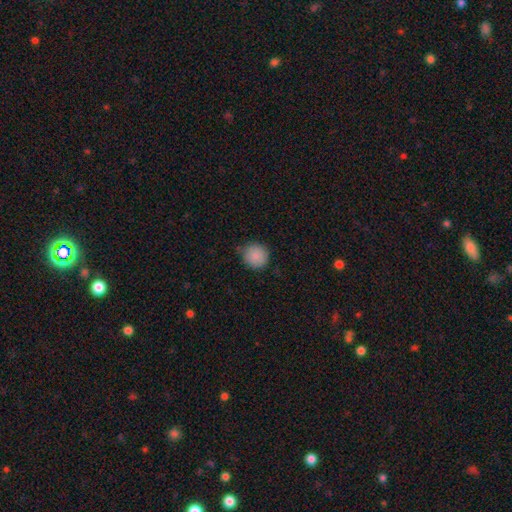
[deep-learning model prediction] smooth_or_featured: smooth (p=0.89) [alt: star or artifact p=0.08]
how_rounded: round (p=0.93) [alt: in between p=0.06]
merging: none (p=0.84) [alt: minor disturbance p=0.12]